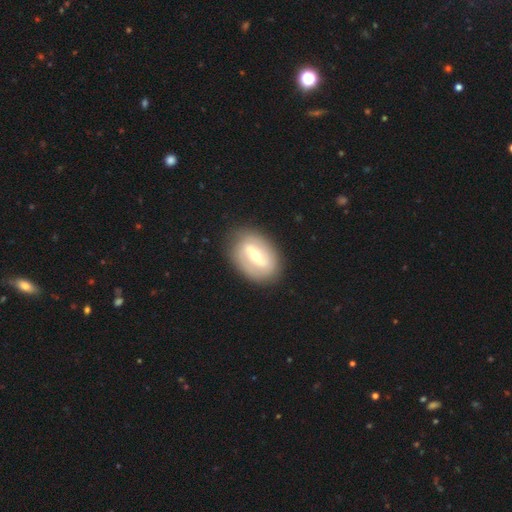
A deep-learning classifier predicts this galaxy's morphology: type=featured or disk (75%); edge-on=no (93%); bar=strong (54%); spiral arms=yes (73%); winding=tight (36%); arm count=2 (80%); bulge=moderate (62%); merging=none (85%).